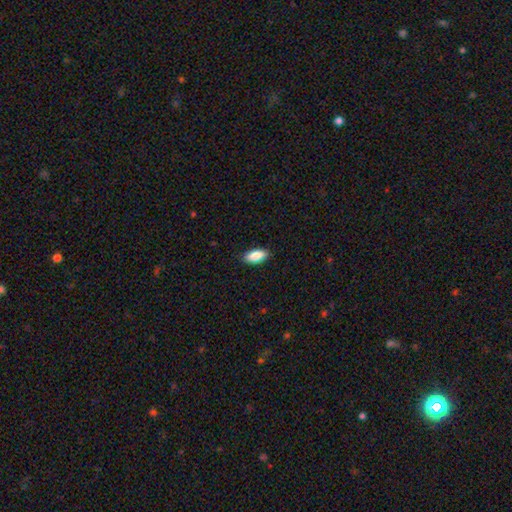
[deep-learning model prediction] The model was most divided on "how rounded": in between: 86%, cigar-shaped: 11%, round: 2%. More confident: merging — none (89%); smooth or featured — smooth (86%).